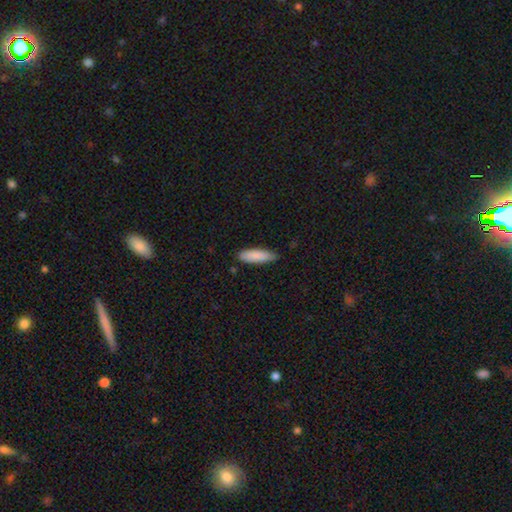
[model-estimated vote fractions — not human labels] Smooth or featured? smooth (87%)
How rounded? cigar-shaped (53%)
Merging? none (81%)